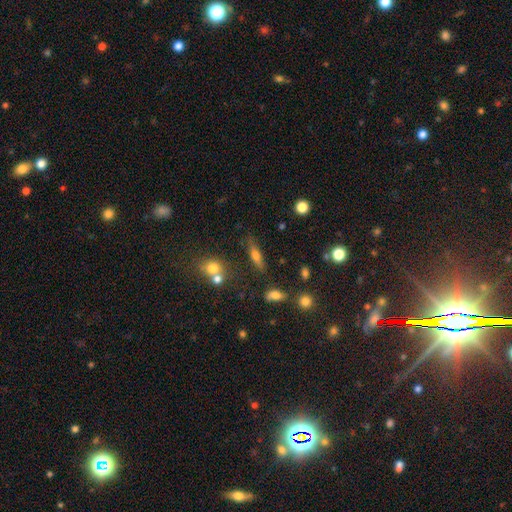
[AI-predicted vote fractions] Smooth or featured: smooth — 51% (featured or disk — 37%)
How rounded: cigar-shaped — 61% (in between — 33%)
Merging: none — 70% (minor disturbance — 16%)